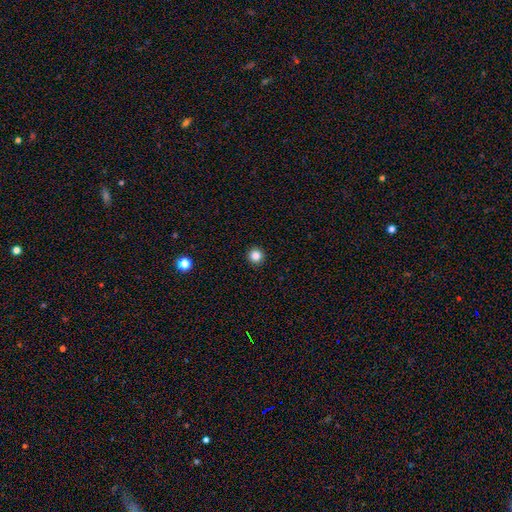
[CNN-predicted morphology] smooth-or-featured: smooth: 84% | star or artifact: 12% | featured or disk: 4%
  how-rounded: round: 96% | in between: 3% | cigar-shaped: 1%
  merging: none: 93% | minor disturbance: 4% | major disturbance: 1% | merger: 1%